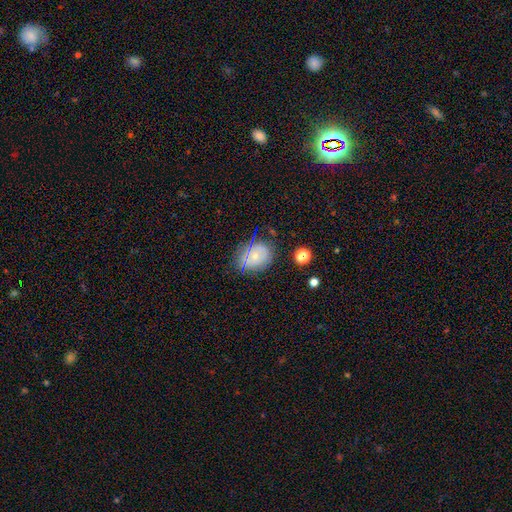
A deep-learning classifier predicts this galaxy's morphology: The model was most divided on "smooth or featured": smooth: 50%, featured or disk: 33%, star or artifact: 17%. More confident: merging — none (71%).